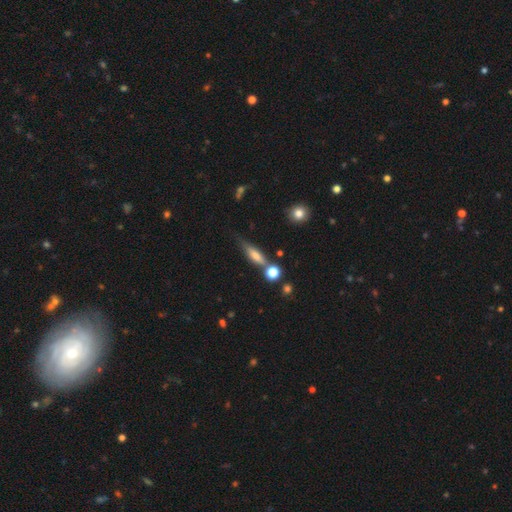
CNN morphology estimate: Smooth or featured? Predicted: smooth (p=0.53). How rounded? Predicted: cigar-shaped (p=0.63). Merging? Predicted: none (p=0.55).